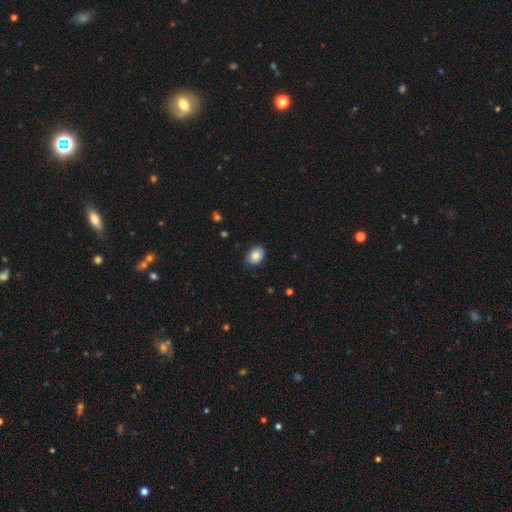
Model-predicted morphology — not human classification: Smooth or featured?
  - smooth: 86% *
  - star or artifact: 8%
  - featured or disk: 6%
How rounded?
  - in between: 66% *
  - round: 33%
  - cigar-shaped: 1%
Merging?
  - none: 87% *
  - minor disturbance: 10%
  - major disturbance: 2%
  - merger: 1%